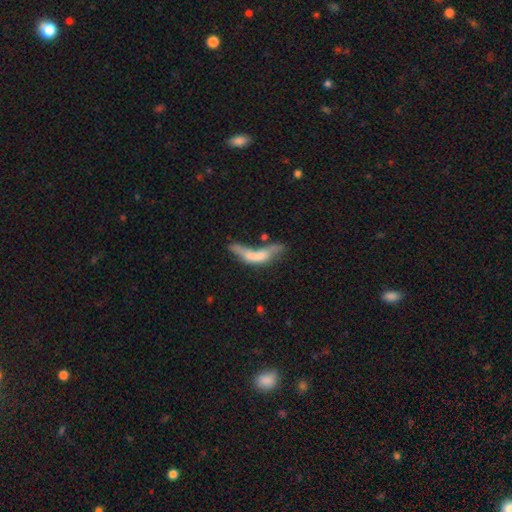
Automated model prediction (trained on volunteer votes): A smooth galaxy with no disk features (50%) that is cigar-shaped (56%). Merging: merger (38%).